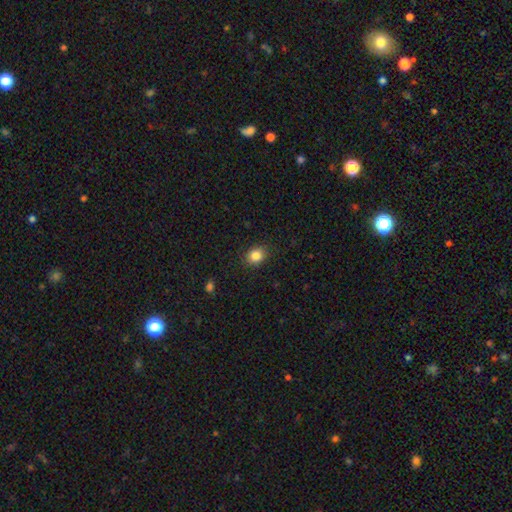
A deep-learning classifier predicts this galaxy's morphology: This is clearly a smooth galaxy (85%). How rounded: possibly round (59%). Merging: clearly none (87%).